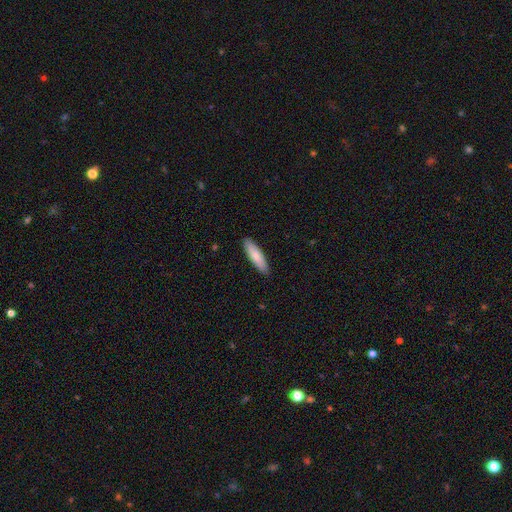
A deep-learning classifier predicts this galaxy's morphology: Smooth or featured? smooth (83%)
How rounded? cigar-shaped (66%)
Merging? none (89%)